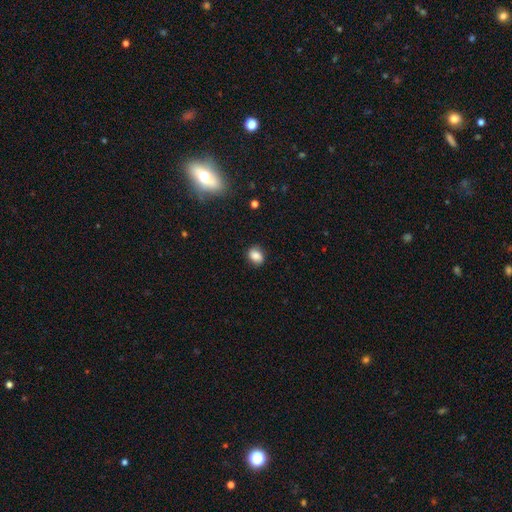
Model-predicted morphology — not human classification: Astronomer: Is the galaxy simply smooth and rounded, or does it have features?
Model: smooth — 84%.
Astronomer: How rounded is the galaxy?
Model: in between — 57% (runner-up: round, 42%).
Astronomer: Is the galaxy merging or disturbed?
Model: none — 82%.